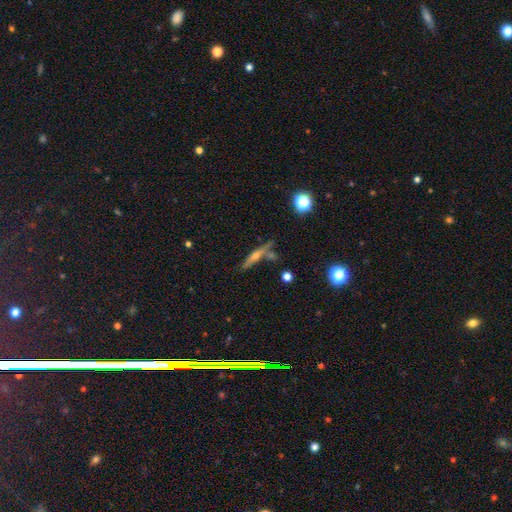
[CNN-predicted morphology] A featured or disk galaxy (63%) viewed edge-on (94%) with a rounded central bulge (84%).

Vote fractions:
- Smooth or featured? featured or disk: 63% / smooth: 27% / star or artifact: 10%
- Edge-on disk? yes: 94% / no: 6%
- Edge-on bulge? rounded: 84% / none: 11% / boxy: 4%
- Merging? none: 72% / minor disturbance: 13% / merger: 11% / major disturbance: 4%